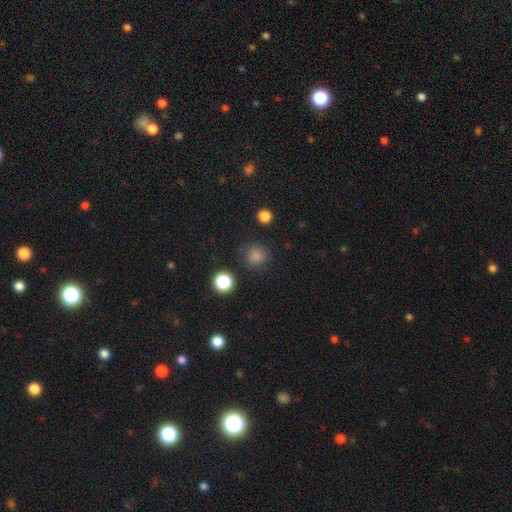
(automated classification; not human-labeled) The model was most divided on "smooth or featured": smooth: 82%, star or artifact: 15%, featured or disk: 3%. More confident: how rounded — round (93%); merging — none (85%).